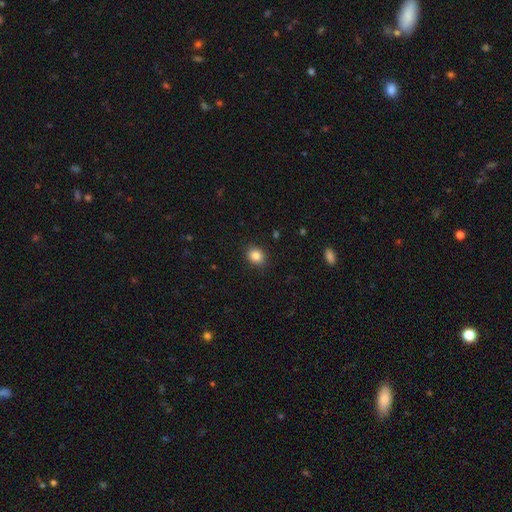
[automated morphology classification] smooth 85%, star or artifact 10%, featured or disk 5%. Down the decision tree: how rounded — round (58%); merging — none (88%).